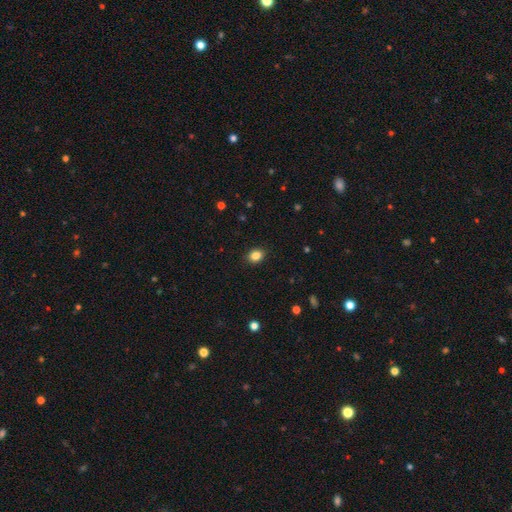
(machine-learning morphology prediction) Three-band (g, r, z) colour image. It shows a smooth galaxy with no disk features (85%) that is round (51%). Merging: none (90%).